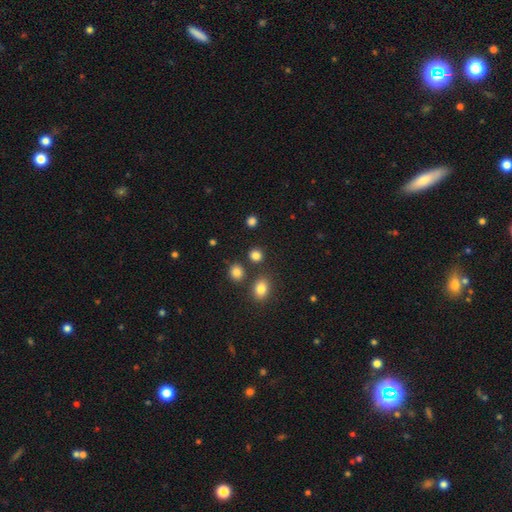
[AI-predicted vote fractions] Smooth or featured? smooth (83%)
How rounded? round (84%)
Merging? none (82%)